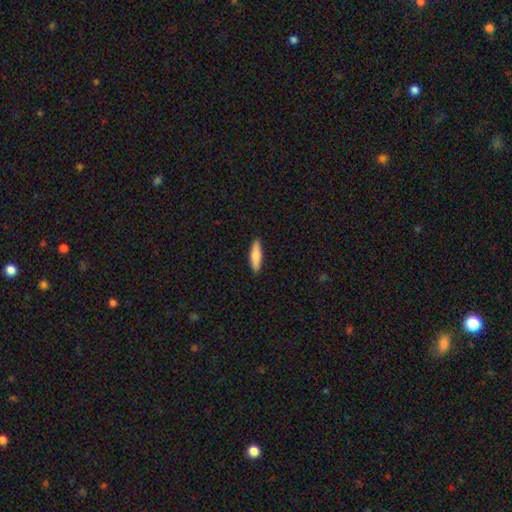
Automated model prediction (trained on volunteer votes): Overall: smooth (76%). How rounded: cigar-shaped (70%). Merging: none (91%).